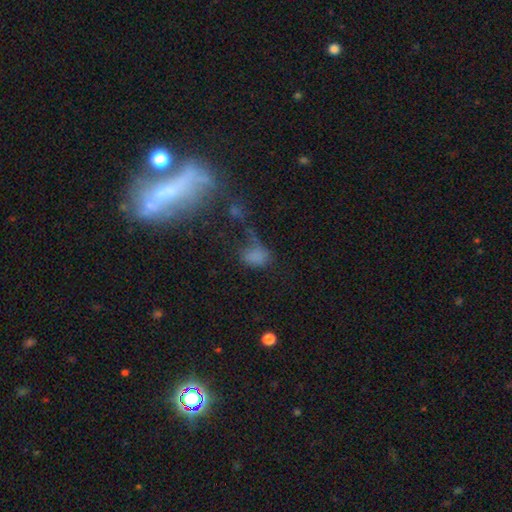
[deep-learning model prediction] Smooth or featured? smooth (62%)
How rounded? in between (76%)
Merging? none (37%)